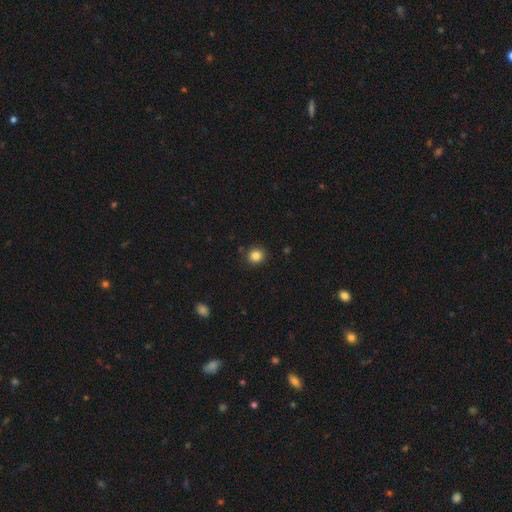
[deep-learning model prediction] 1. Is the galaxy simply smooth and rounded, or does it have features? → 85% smooth, 11% star or artifact, 4% featured or disk.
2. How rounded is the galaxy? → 86% round, 14% in between, 1% cigar-shaped.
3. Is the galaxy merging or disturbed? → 90% none, 7% minor disturbance, 2% major disturbance, 1% merger.